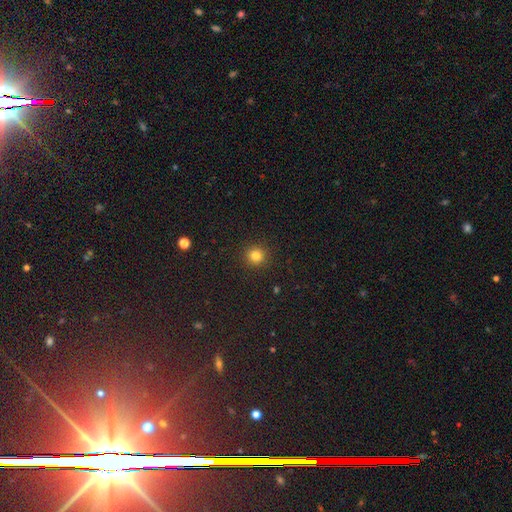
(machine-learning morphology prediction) This appears to be a smooth galaxy with no disk features (82%) that is round (94%). Merging: none (92%).